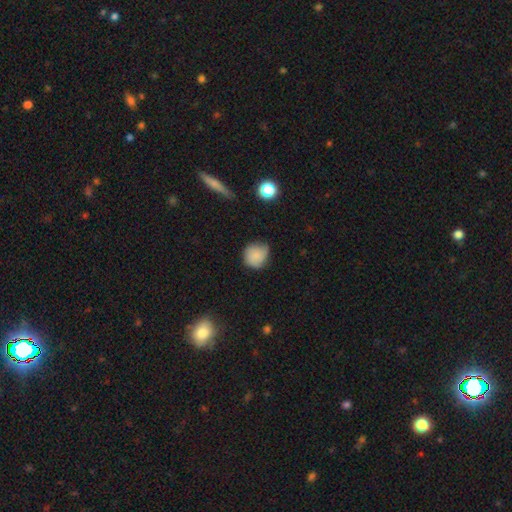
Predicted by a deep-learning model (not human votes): smooth-or-featured: smooth: 81% | featured or disk: 10% | star or artifact: 9%
  how-rounded: round: 85% | in between: 14% | cigar-shaped: 1%
  merging: none: 60% | minor disturbance: 31% | major disturbance: 6% | merger: 2%